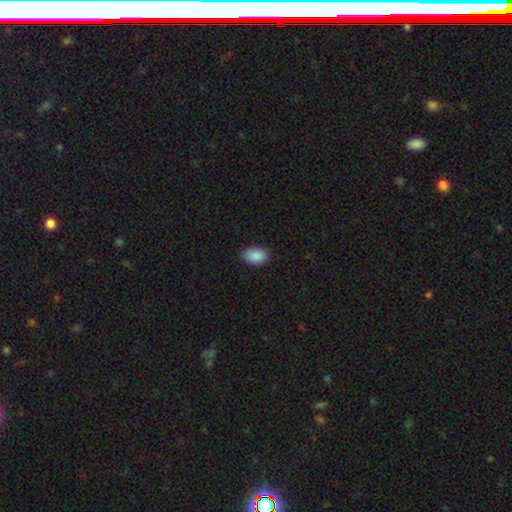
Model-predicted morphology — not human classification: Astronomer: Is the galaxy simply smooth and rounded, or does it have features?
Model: smooth — 89%.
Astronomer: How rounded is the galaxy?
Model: in between — 91%.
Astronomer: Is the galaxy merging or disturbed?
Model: none — 84%.